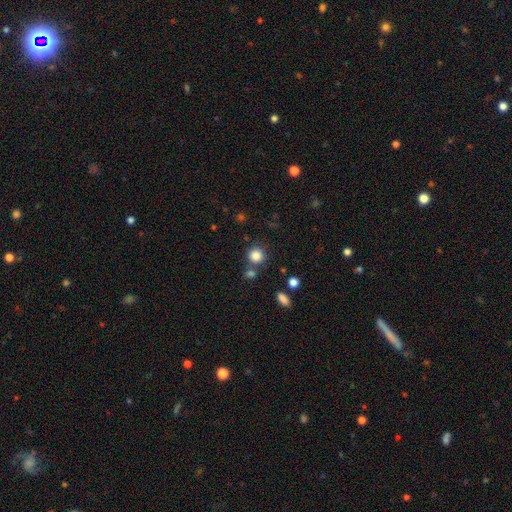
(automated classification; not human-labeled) This appears to be a smooth galaxy with no disk features (85%) that is round (91%). Merging: none (74%).